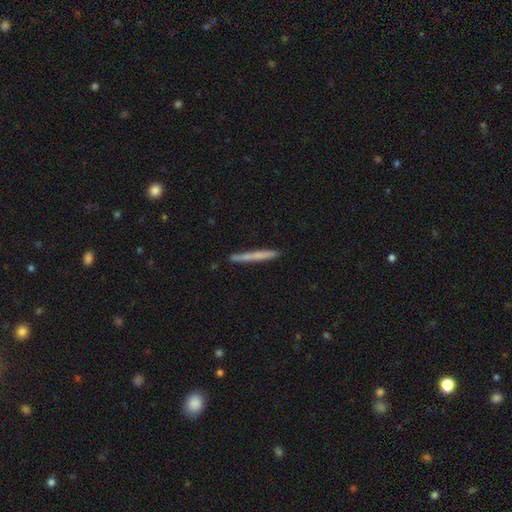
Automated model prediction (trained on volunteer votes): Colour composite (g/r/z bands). It shows a smooth galaxy with no disk features (60%) that is cigar-shaped (97%). Merging: none (88%).